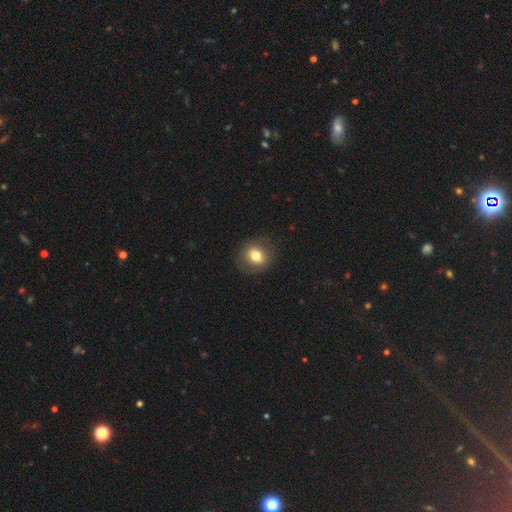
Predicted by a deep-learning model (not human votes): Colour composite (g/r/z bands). It shows a smooth galaxy with no disk features (73%) that is round (72%). Merging: none (85%).